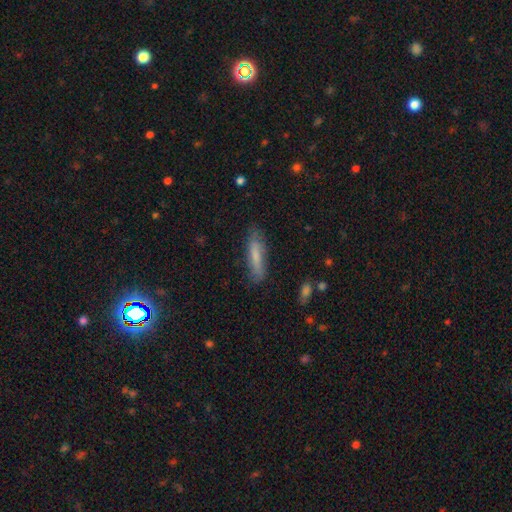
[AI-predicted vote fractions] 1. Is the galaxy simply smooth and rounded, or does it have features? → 69% smooth, 24% featured or disk, 7% star or artifact.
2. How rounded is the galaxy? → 74% cigar-shaped, 25% in between, 2% round.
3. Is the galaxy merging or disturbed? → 80% none, 15% minor disturbance, 4% major disturbance, 1% merger.